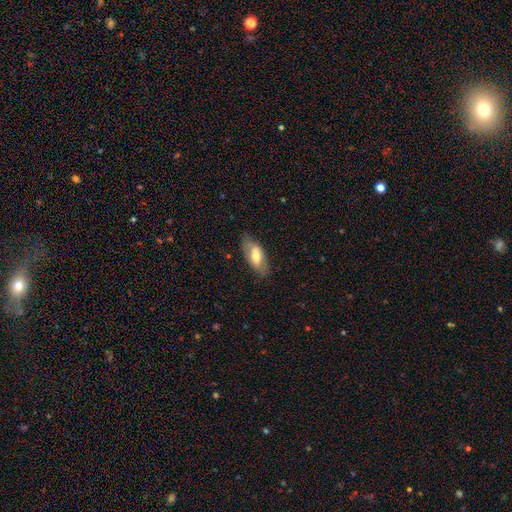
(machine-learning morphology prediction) Smooth or featured? smooth (54%)
How rounded? in between (84%)
Merging? none (75%)